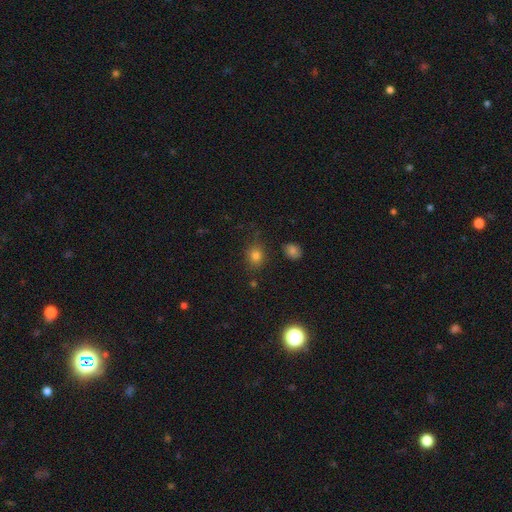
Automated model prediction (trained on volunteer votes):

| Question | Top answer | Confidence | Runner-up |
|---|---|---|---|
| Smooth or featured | smooth | 79% | star or artifact (14%) |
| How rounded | round | 61% | in between (37%) |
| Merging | none | 78% | minor disturbance (14%) |